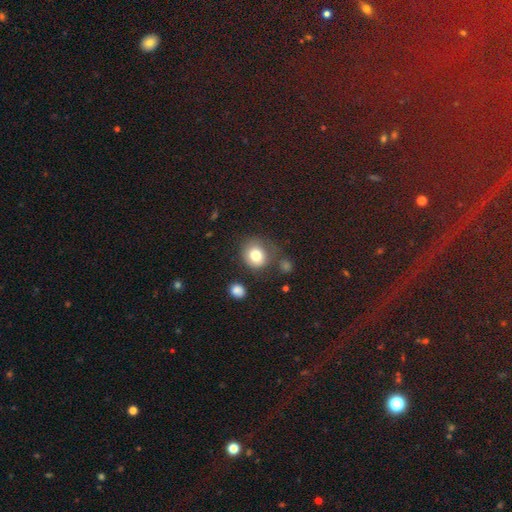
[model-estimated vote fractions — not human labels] Smooth or featured?
  - smooth: 80% *
  - featured or disk: 10%
  - star or artifact: 10%
How rounded?
  - round: 72% *
  - in between: 27%
  - cigar-shaped: 1%
Merging?
  - none: 67% *
  - minor disturbance: 18%
  - major disturbance: 8%
  - merger: 7%